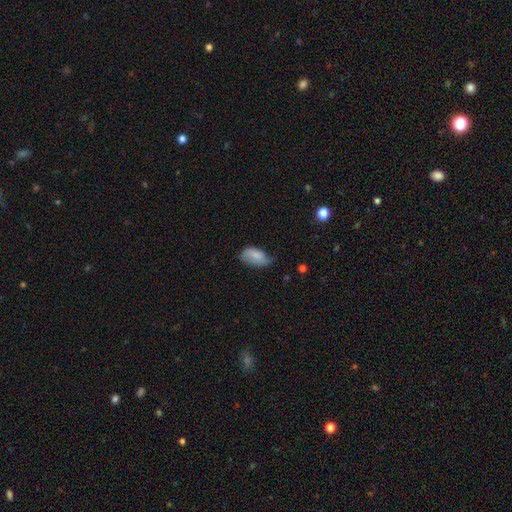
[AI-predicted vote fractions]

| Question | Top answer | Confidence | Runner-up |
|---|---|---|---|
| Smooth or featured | smooth | 76% | featured or disk (17%) |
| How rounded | in between | 93% | round (4%) |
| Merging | minor disturbance | 44% | none (42%) |